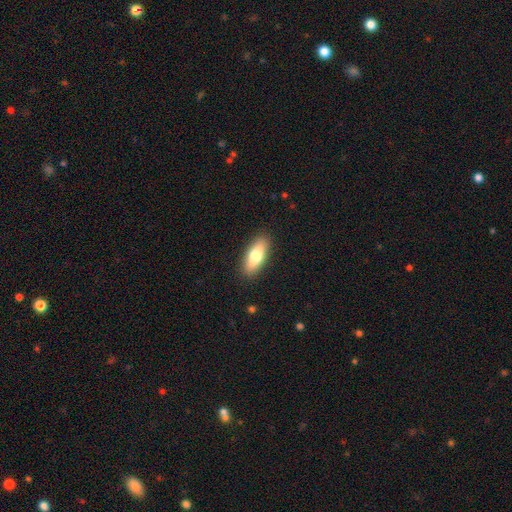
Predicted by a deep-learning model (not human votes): Smooth or featured: smooth — 71% (featured or disk — 23%)
How rounded: in between — 70% (cigar-shaped — 27%)
Merging: none — 89% (minor disturbance — 8%)